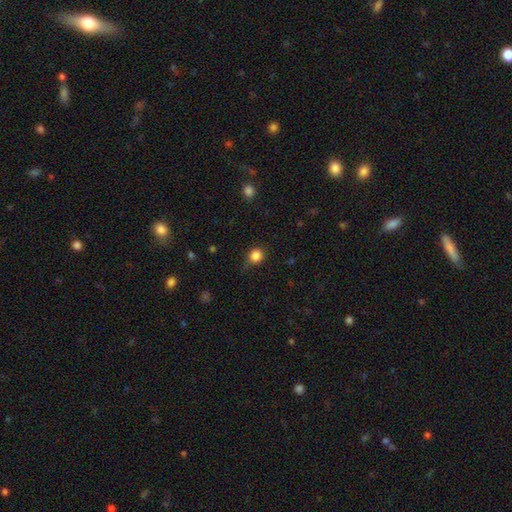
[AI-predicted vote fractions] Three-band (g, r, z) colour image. It shows a smooth galaxy with no disk features (84%) that is round (88%). Merging: none (76%).